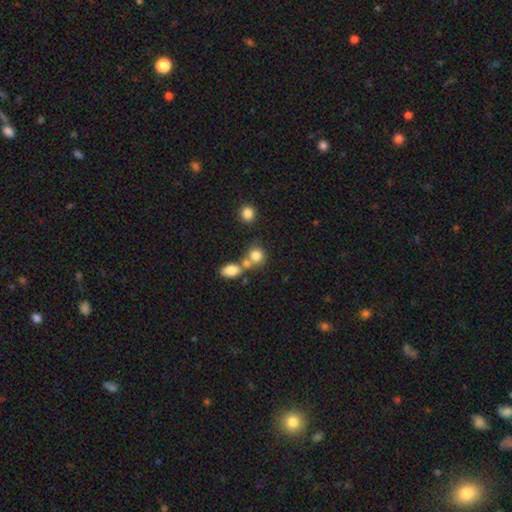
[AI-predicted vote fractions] This is clearly a smooth galaxy (81%). How rounded: likely round (79%). Merging: possibly none (48%).